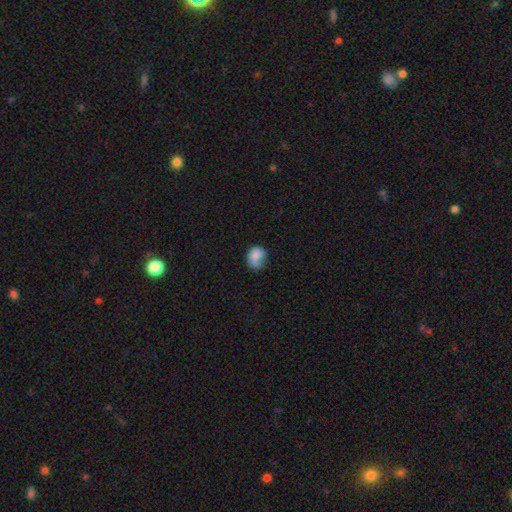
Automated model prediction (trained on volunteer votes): A smooth galaxy with no disk features (77%) that is round (52%).

Vote fractions:
- Smooth or featured? smooth: 77% / featured or disk: 15% / star or artifact: 8%
- How rounded? round: 52% / in between: 47% / cigar-shaped: 1%
- Merging? none: 39% / minor disturbance: 34% / major disturbance: 24% / merger: 3%